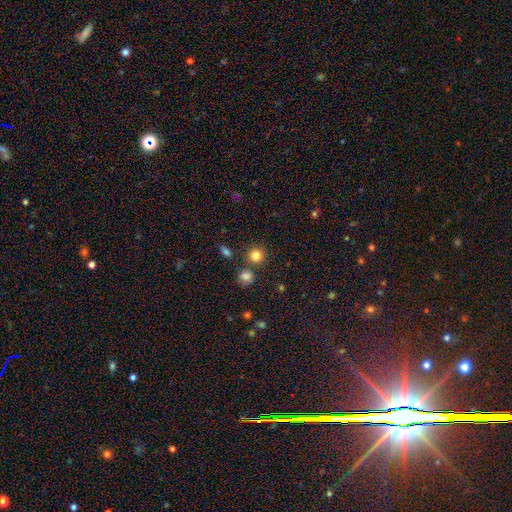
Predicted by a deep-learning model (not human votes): A smooth galaxy with no disk features (82%) that is round (90%). Merging: none (77%).